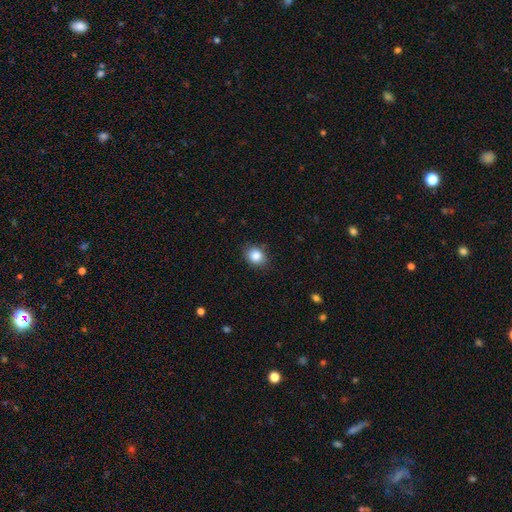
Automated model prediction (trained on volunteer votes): smooth_or_featured: smooth (p=0.85) [alt: star or artifact p=0.09]
how_rounded: round (p=0.63) [alt: in between p=0.36]
merging: none (p=0.85) [alt: minor disturbance p=0.12]